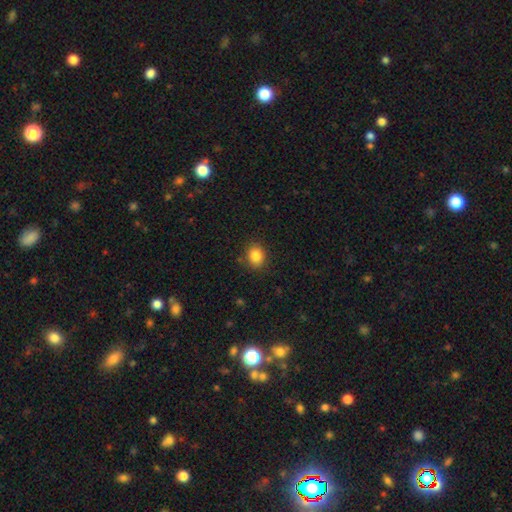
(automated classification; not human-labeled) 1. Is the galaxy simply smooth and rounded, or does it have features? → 85% smooth, 10% star or artifact, 5% featured or disk.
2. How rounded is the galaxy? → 53% round, 46% in between, 1% cigar-shaped.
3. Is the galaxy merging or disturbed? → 86% none, 10% minor disturbance, 3% major disturbance, 1% merger.